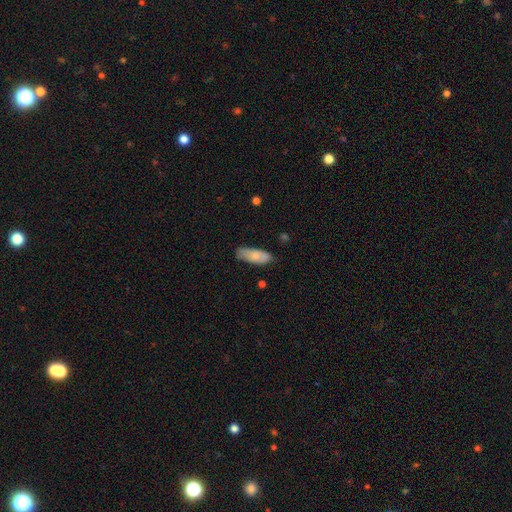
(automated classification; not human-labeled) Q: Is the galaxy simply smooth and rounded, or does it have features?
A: smooth — 73%.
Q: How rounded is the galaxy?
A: in between — 73%.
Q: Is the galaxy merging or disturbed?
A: none — 71%.